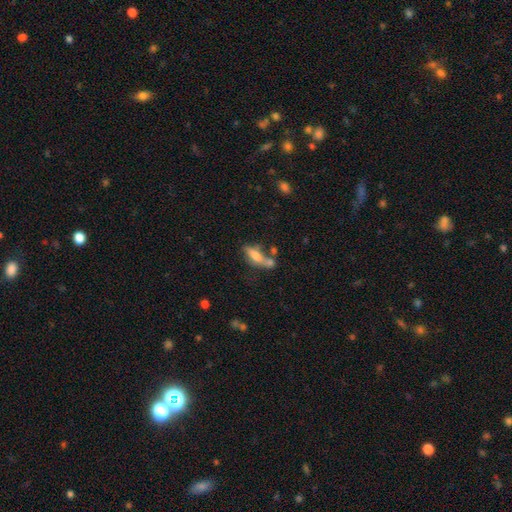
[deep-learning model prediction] Smooth or featured? smooth (57%)
How rounded? in between (50%)
Merging? none (41%)